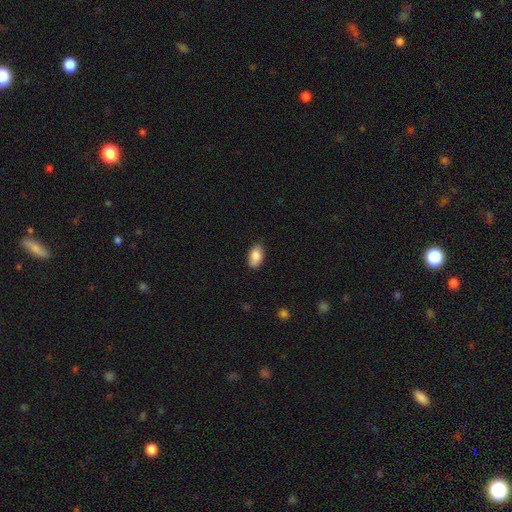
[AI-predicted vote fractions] Smooth or featured? Predicted: smooth (p=0.86). How rounded? Predicted: in between (p=0.93). Merging? Predicted: none (p=0.83).